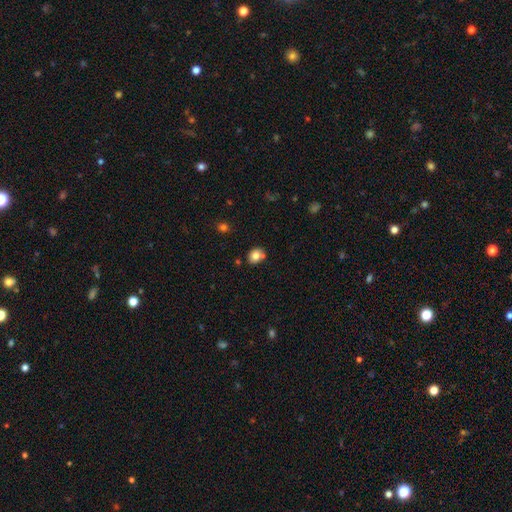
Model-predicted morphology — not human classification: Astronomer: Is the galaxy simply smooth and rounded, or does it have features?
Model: smooth — 80%.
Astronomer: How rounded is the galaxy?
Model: round — 59% (runner-up: in between, 40%).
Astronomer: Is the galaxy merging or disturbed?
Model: none — 72%.